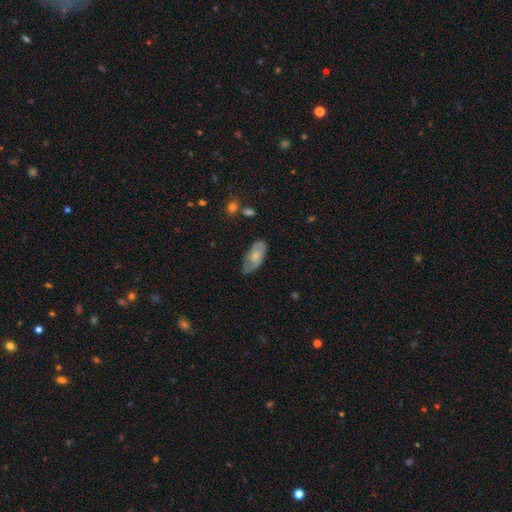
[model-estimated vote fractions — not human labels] Smooth or featured: smooth — 54% (featured or disk — 40%)
How rounded: in between — 91% (cigar-shaped — 6%)
Merging: none — 63% (minor disturbance — 27%)